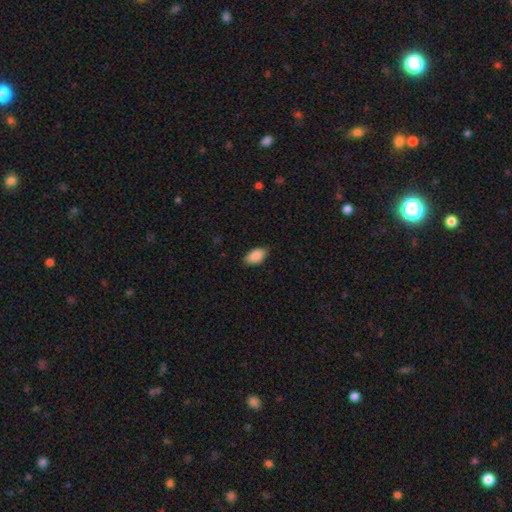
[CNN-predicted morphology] The model was most divided on "merging": none: 83%, minor disturbance: 14%, major disturbance: 2%, merger: 1%. More confident: how rounded — in between (93%); smooth or featured — smooth (89%).